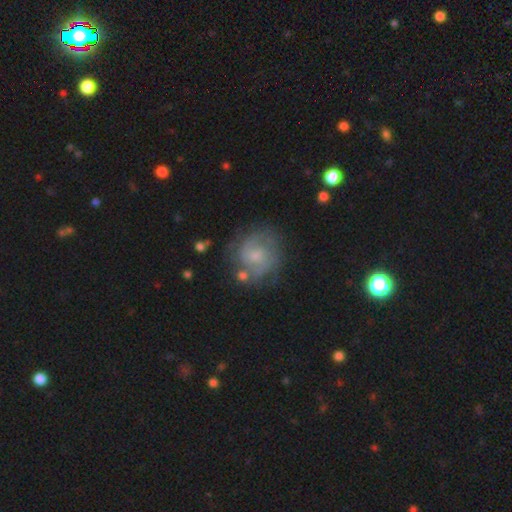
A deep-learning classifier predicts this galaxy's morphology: A featured or disk galaxy (68%) with no bar (60%), 2 (53%) medium (42%) spiral arms (86%) and a small central bulge (61%). Merging: none (68%).